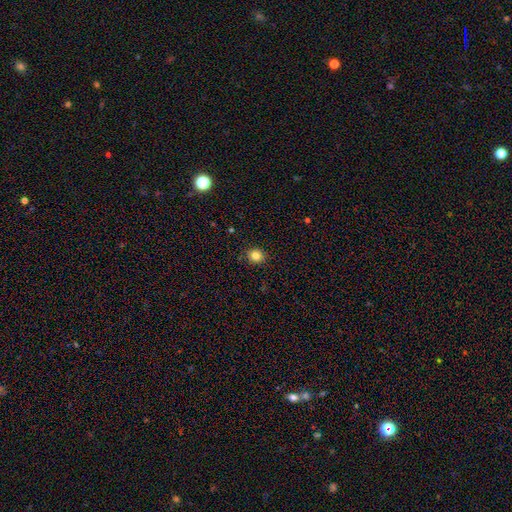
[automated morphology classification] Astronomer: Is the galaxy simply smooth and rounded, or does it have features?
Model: smooth — 83%.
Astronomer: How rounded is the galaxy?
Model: round — 81%.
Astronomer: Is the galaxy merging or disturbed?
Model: none — 89%.